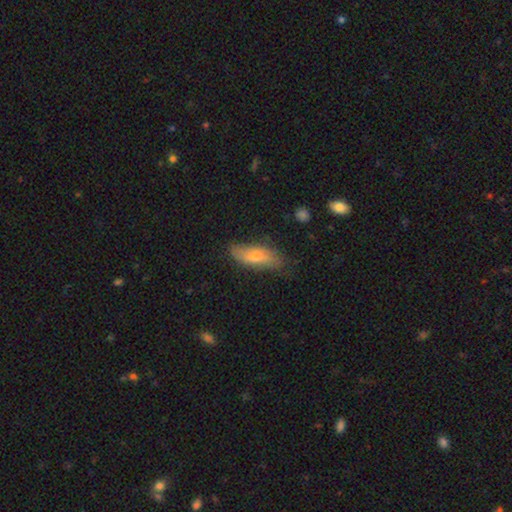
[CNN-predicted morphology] This appears to be a smooth galaxy with no disk features (64%) that is in between round and cigar-shaped (64%). Merging: none (70%).